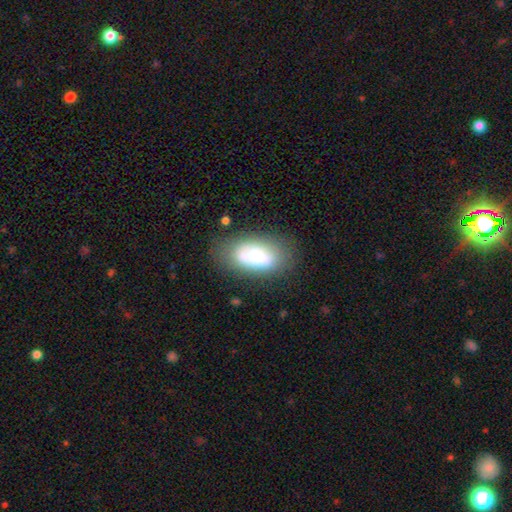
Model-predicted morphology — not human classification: This is likely a smooth galaxy (69%). How rounded: clearly in between (91%). Merging: likely none (61%).